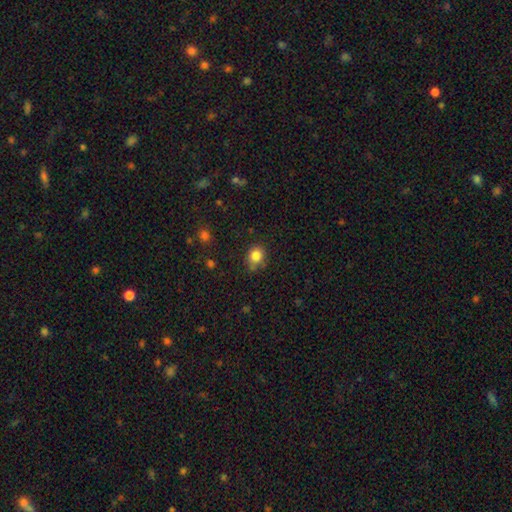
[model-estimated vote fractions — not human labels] A smooth galaxy with no disk features (84%) that is round (72%). Merging: none (72%).